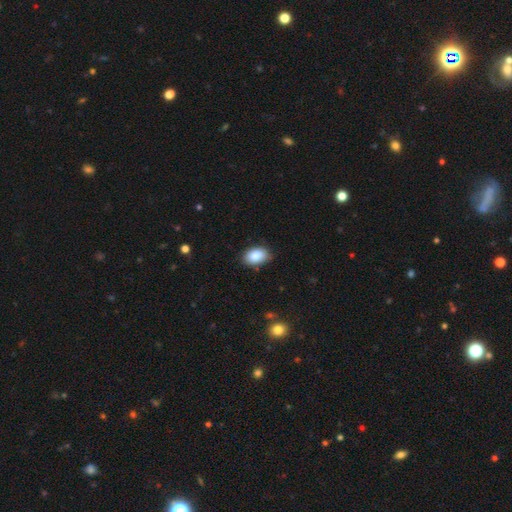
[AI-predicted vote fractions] Q: Smooth or featured?
A: smooth (86%); runner-up: star or artifact (7%)
Q: How rounded?
A: in between (87%); runner-up: round (12%)
Q: Merging?
A: none (81%); runner-up: minor disturbance (15%)